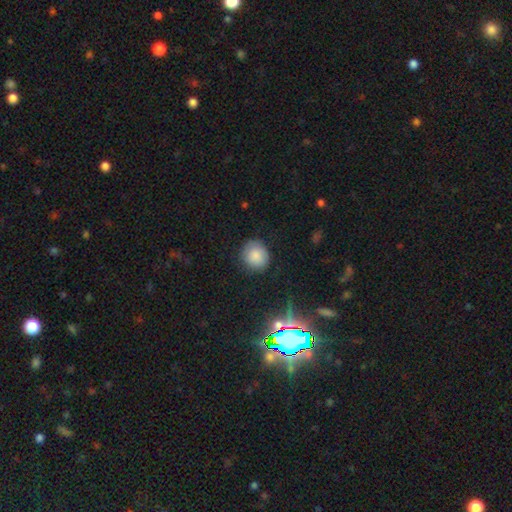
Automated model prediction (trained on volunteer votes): smooth_or_featured: smooth (p=0.84) [alt: star or artifact p=0.10]
how_rounded: round (p=0.87) [alt: in between p=0.12]
merging: none (p=0.84) [alt: minor disturbance p=0.12]